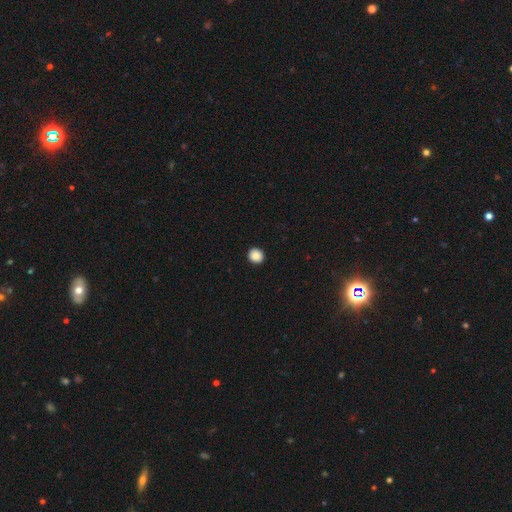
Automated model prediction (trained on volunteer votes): Q: Smooth or featured?
A: smooth (88%); runner-up: star or artifact (9%)
Q: How rounded?
A: round (91%); runner-up: in between (8%)
Q: Merging?
A: none (93%); runner-up: minor disturbance (4%)